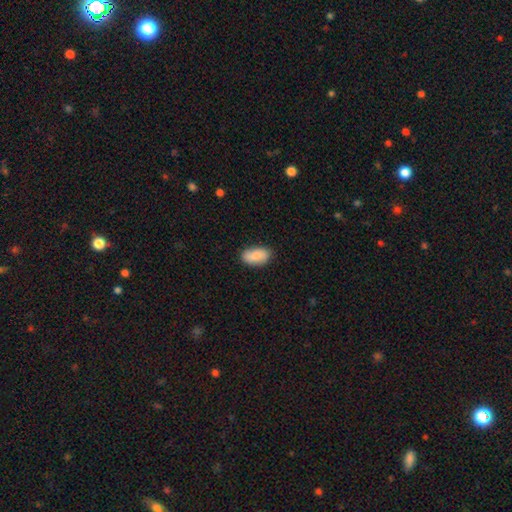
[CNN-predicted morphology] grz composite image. It shows a smooth galaxy with no disk features (80%) that is in between round and cigar-shaped (93%). Merging: none (85%).